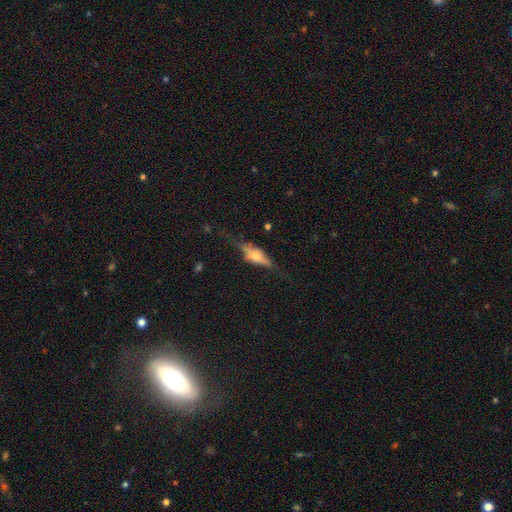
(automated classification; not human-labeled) A featured or disk galaxy (66%) viewed edge-on (91%) with a rounded central bulge (88%).

Vote fractions:
- Smooth or featured? featured or disk: 66% / smooth: 26% / star or artifact: 8%
- Edge-on disk? yes: 91% / no: 9%
- Edge-on bulge? rounded: 88% / boxy: 9% / none: 2%
- Merging? none: 66% / minor disturbance: 20% / major disturbance: 12% / merger: 2%